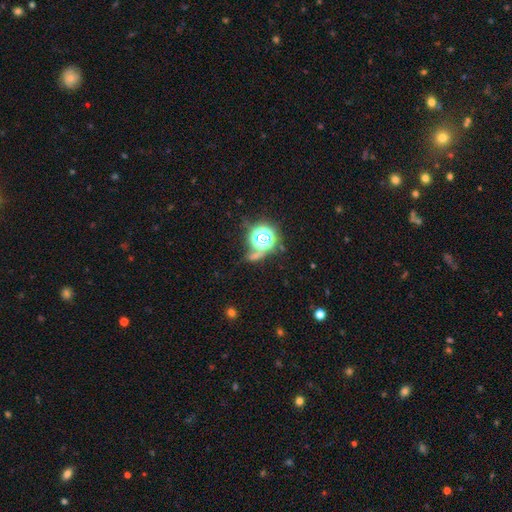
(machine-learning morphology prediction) Smooth or featured? star or artifact (60%)